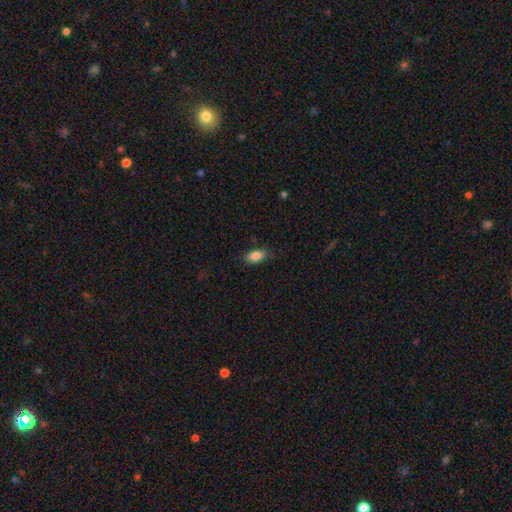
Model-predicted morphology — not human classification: Smooth or featured? smooth (86%)
How rounded? in between (90%)
Merging? none (78%)